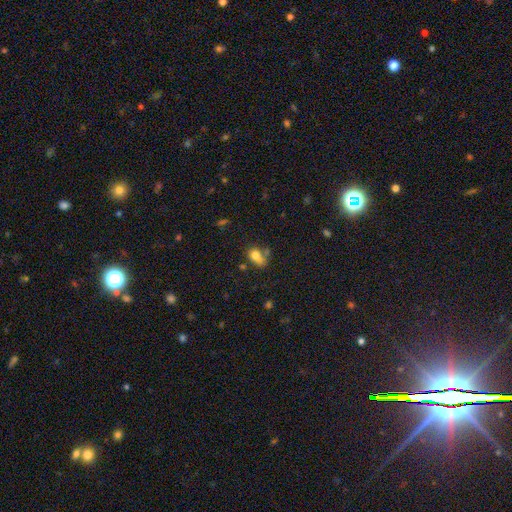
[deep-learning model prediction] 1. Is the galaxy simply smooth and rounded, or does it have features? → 74% smooth, 15% featured or disk, 11% star or artifact.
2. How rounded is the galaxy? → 70% in between, 27% round, 3% cigar-shaped.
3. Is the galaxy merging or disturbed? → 36% none, 34% merger, 20% minor disturbance, 11% major disturbance.